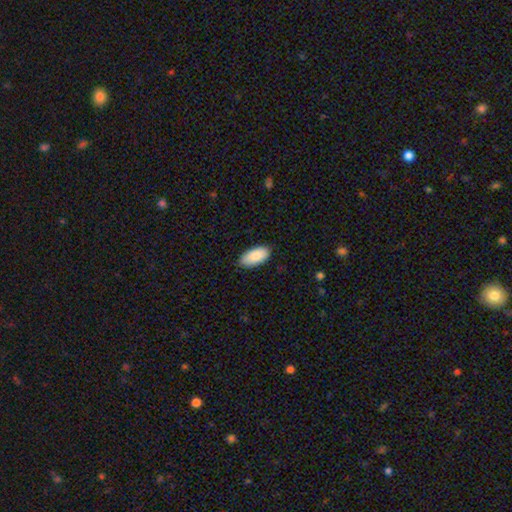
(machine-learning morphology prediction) Q: Smooth or featured?
A: smooth (89%); runner-up: star or artifact (6%)
Q: How rounded?
A: in between (94%); runner-up: cigar-shaped (4%)
Q: Merging?
A: none (87%); runner-up: minor disturbance (10%)